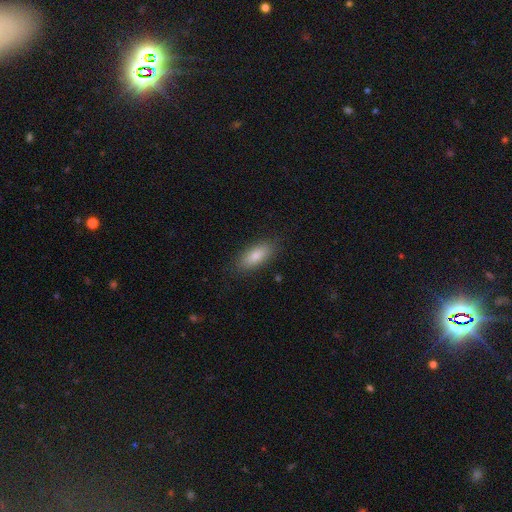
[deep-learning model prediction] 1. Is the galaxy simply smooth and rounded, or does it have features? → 83% smooth, 11% featured or disk, 7% star or artifact.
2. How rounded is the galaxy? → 82% in between, 16% cigar-shaped, 3% round.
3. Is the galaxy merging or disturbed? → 86% none, 10% minor disturbance, 3% major disturbance, 1% merger.